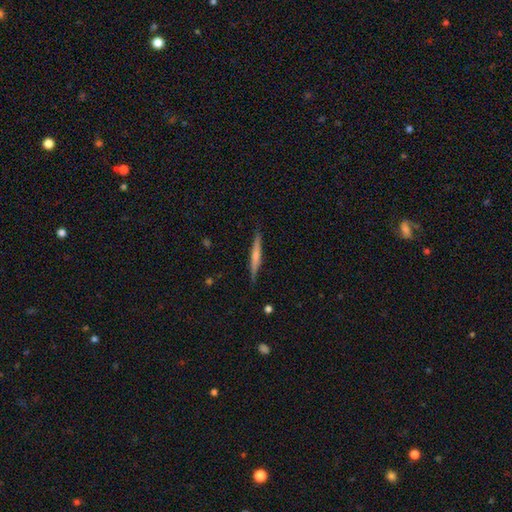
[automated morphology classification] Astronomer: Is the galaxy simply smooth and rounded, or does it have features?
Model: featured or disk — 50% (runner-up: smooth, 44%).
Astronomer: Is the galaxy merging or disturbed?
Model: none — 87%.